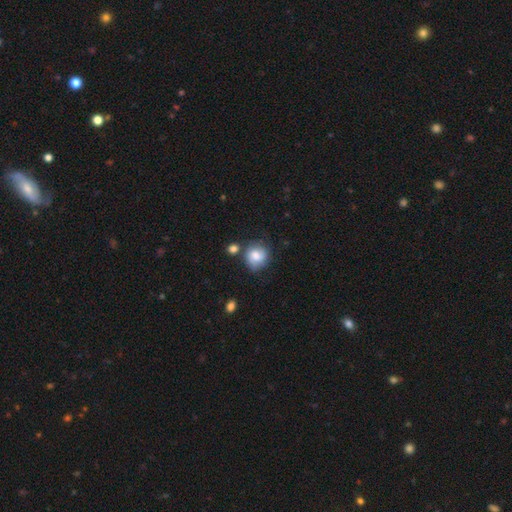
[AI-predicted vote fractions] Q: Smooth or featured?
A: smooth (72%); runner-up: featured or disk (19%)
Q: How rounded?
A: round (80%); runner-up: in between (19%)
Q: Merging?
A: none (64%); runner-up: minor disturbance (21%)